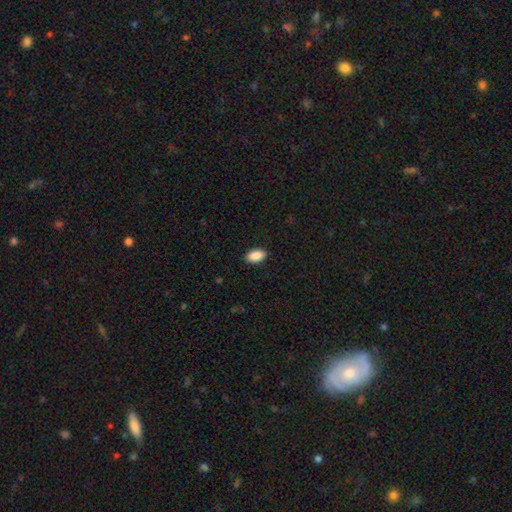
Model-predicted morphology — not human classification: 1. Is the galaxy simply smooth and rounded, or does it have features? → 90% smooth, 7% star or artifact, 3% featured or disk.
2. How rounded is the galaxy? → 93% in between, 4% round, 3% cigar-shaped.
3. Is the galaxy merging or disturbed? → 89% none, 8% minor disturbance, 2% major disturbance, 1% merger.